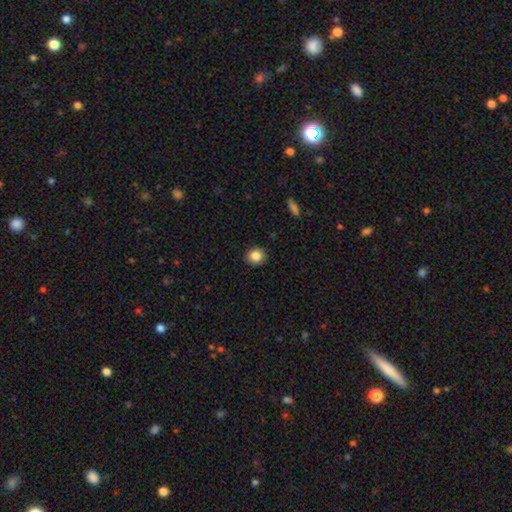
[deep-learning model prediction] smooth_or_featured: smooth (p=0.84) [alt: star or artifact p=0.10]
how_rounded: round (p=0.81) [alt: in between p=0.18]
merging: none (p=0.90) [alt: minor disturbance p=0.07]